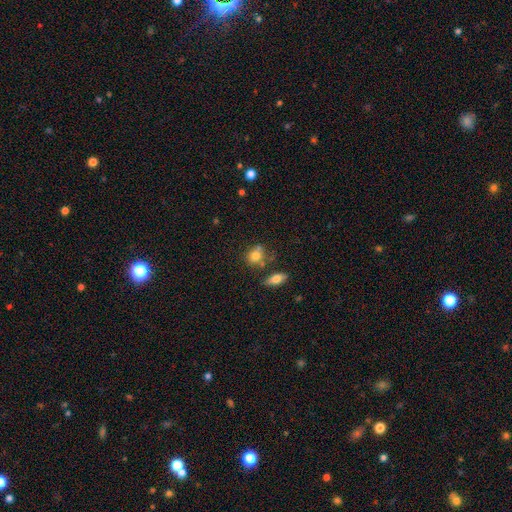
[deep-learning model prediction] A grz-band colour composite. It shows a smooth galaxy with no disk features (77%) that is round (58%). Merging: none (56%).